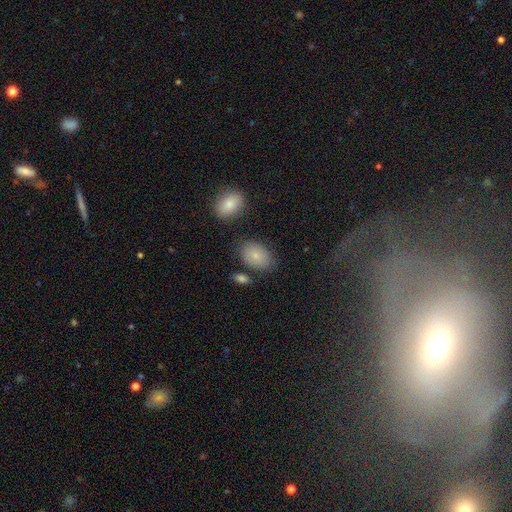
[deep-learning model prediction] smooth_or_featured: smooth (p=0.82) [alt: featured or disk p=0.10]
how_rounded: in between (p=0.86) [alt: round p=0.12]
merging: none (p=0.73) [alt: minor disturbance p=0.16]